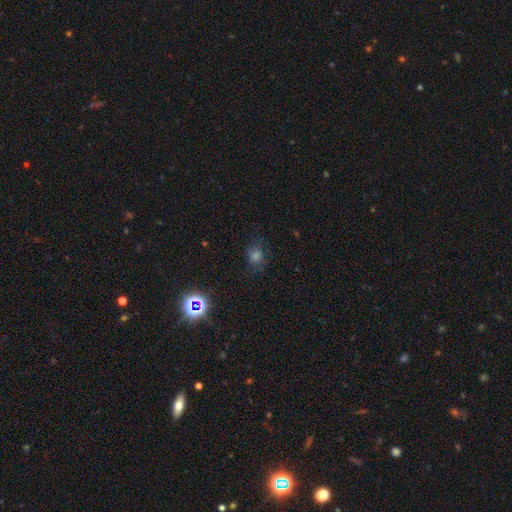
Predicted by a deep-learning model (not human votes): smooth 49%, star or artifact 34%, featured or disk 17%. Down the decision tree: merging — none (70%).